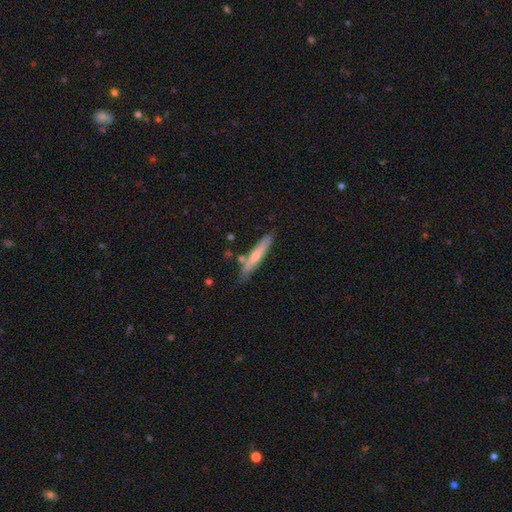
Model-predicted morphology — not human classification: This appears to be a smooth galaxy with no disk features (58%) that is cigar-shaped (92%). Merging: none (79%).